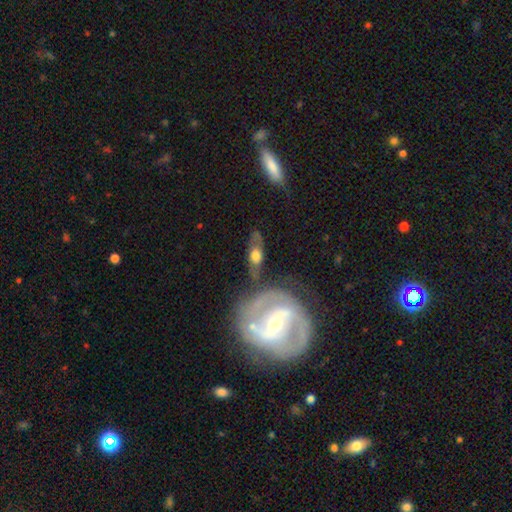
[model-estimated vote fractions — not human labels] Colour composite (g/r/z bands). It shows a featured or disk galaxy (55%). Merging: none (54%).